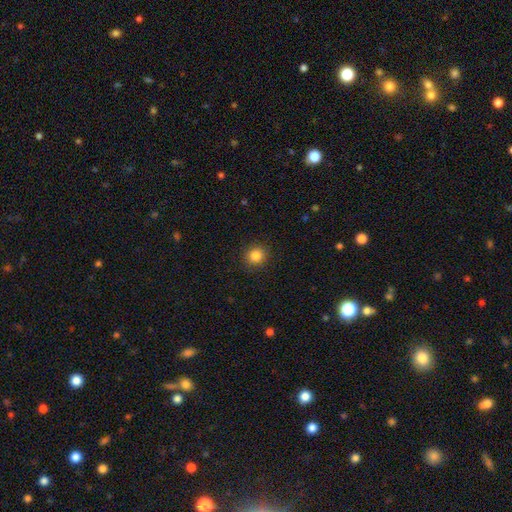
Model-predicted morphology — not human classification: Smooth or featured: smooth — 84% (star or artifact — 11%)
How rounded: round — 89% (in between — 10%)
Merging: none — 91% (minor disturbance — 6%)